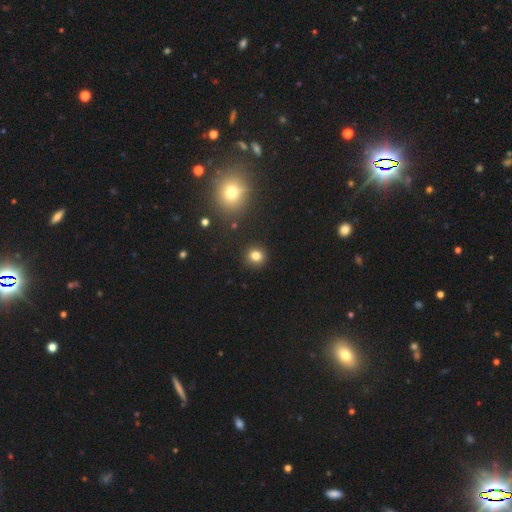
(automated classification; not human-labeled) Smooth or featured: smooth — 81% (star or artifact — 14%)
How rounded: round — 85% (in between — 14%)
Merging: none — 90% (minor disturbance — 6%)